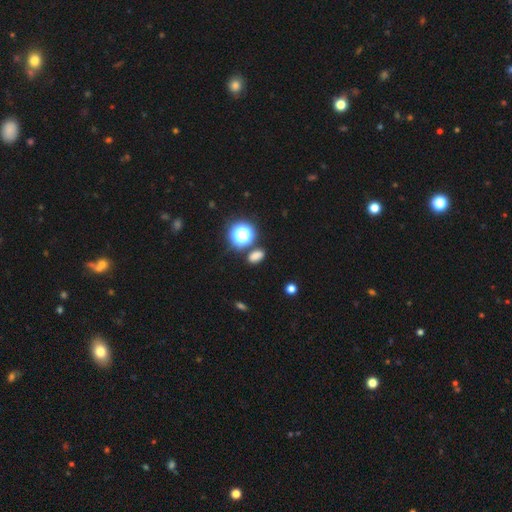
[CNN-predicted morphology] Smooth or featured? Predicted: smooth (p=0.71). How rounded? Predicted: in between (p=0.75). Merging? Predicted: none (p=0.78).